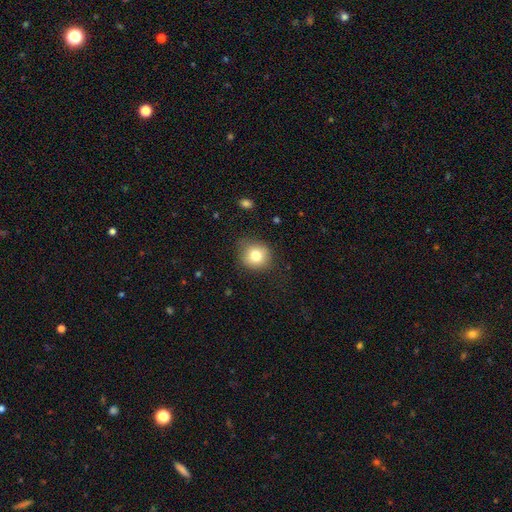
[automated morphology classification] smooth 80%, star or artifact 10%, featured or disk 10%. Down the decision tree: how rounded — round (85%); merging — none (82%).